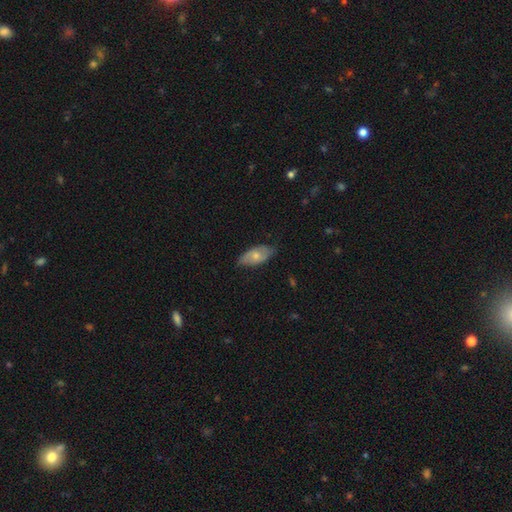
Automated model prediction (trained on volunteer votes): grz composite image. It shows a smooth galaxy with no disk features (58%) that is in between round and cigar-shaped (91%). Merging: none (70%).